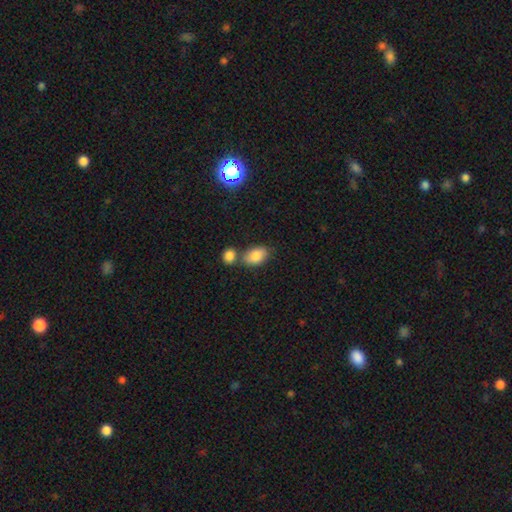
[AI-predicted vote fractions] Morphology: type=smooth (84%); roundness=in between (88%); merging=none (56%).